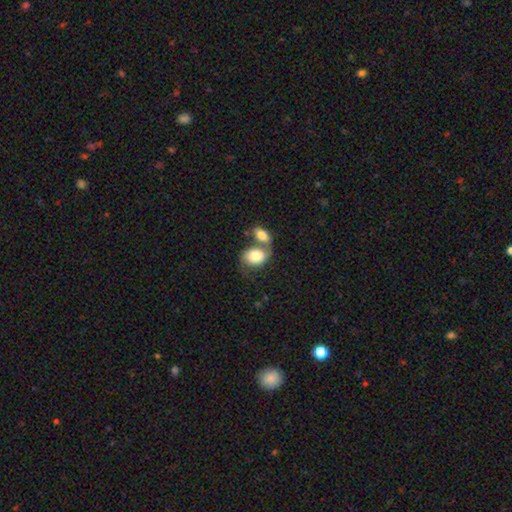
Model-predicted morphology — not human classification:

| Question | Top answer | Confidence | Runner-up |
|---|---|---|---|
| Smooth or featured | smooth | 78% | featured or disk (16%) |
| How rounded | in between | 78% | round (21%) |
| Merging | merger | 58% | none (24%) |